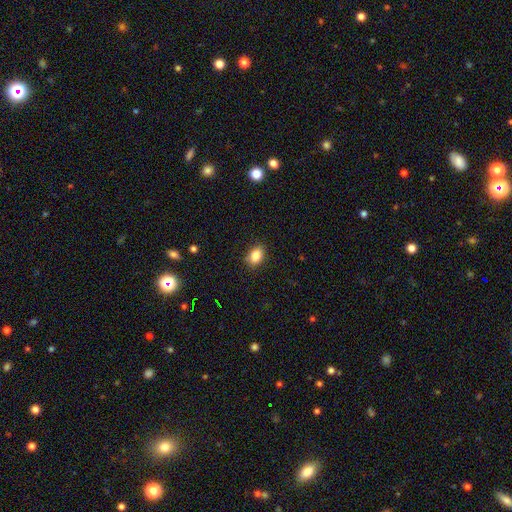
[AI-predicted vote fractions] smooth-or-featured: smooth: 85% | star or artifact: 9% | featured or disk: 6%
  how-rounded: in between: 81% | round: 18% | cigar-shaped: 1%
  merging: none: 86% | minor disturbance: 11% | major disturbance: 2% | merger: 1%